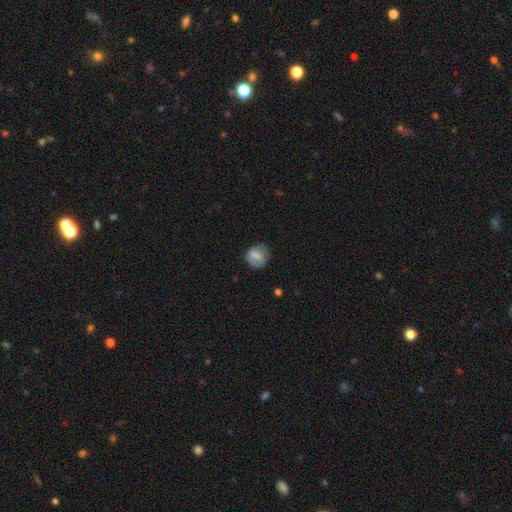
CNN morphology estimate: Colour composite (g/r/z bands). It shows a smooth galaxy with no disk features (61%) that is round (68%). Merging: none (68%).